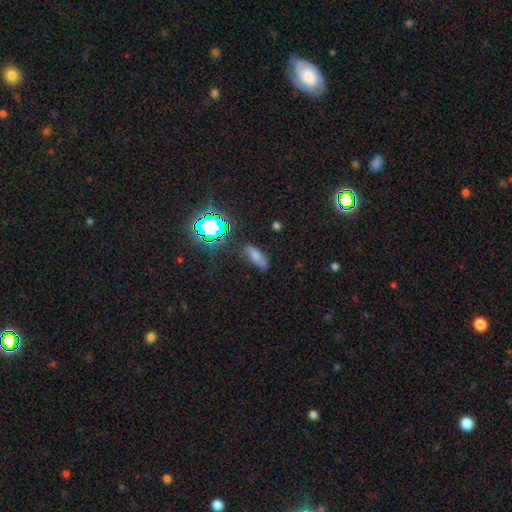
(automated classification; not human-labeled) Overall: smooth (64%). How rounded: in between (62%; cigar-shaped 33%). Merging: none (72%).